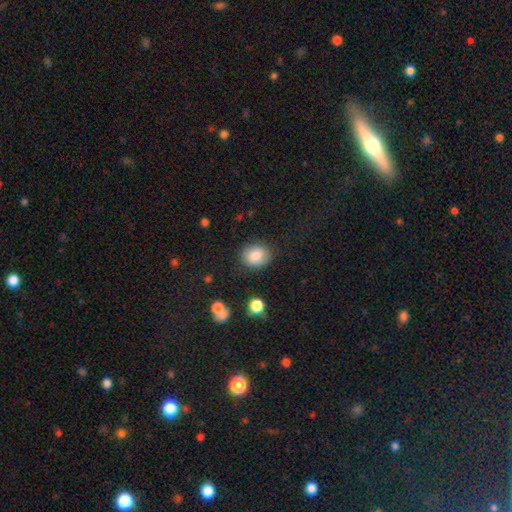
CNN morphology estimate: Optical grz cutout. It shows a smooth galaxy with no disk features (83%) that is round (61%). Merging: none (84%).